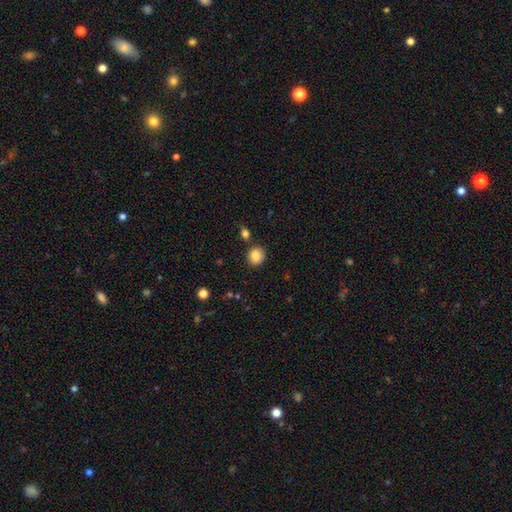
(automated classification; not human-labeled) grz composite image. It shows a smooth galaxy with no disk features (87%) that is round (79%). Merging: none (83%).